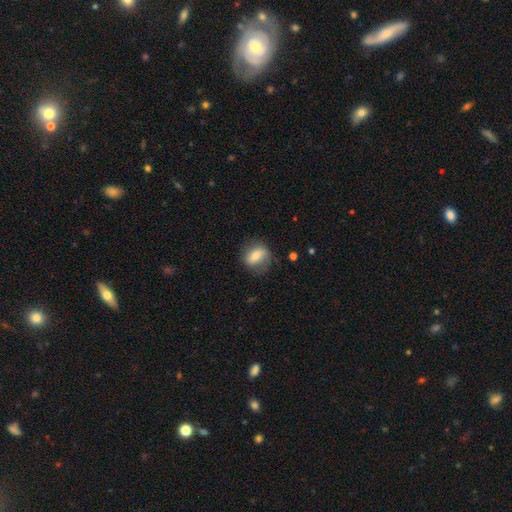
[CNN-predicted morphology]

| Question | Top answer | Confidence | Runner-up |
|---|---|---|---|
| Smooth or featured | smooth | 64% | featured or disk (28%) |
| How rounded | in between | 52% | round (45%) |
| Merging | none | 71% | minor disturbance (19%) |